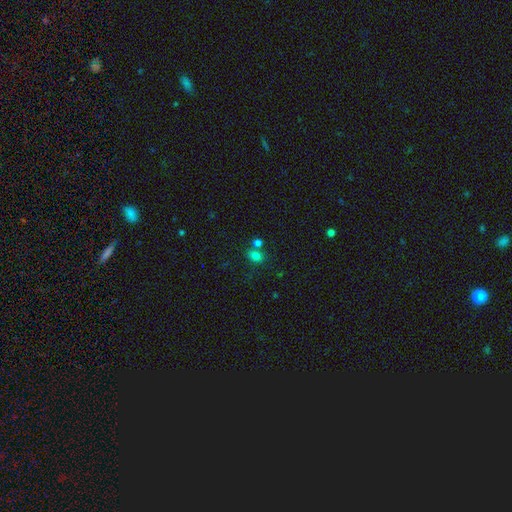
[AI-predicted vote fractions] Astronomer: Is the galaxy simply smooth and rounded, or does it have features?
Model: smooth — 77%.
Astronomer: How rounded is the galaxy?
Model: in between — 62%.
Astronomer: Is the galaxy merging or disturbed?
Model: none — 60%.